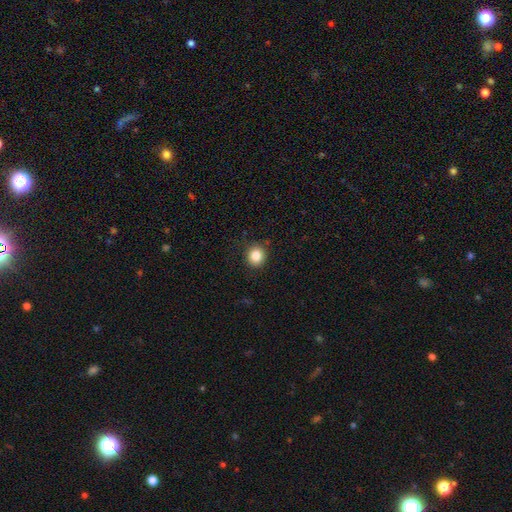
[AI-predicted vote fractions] smooth-or-featured: smooth: 84% | star or artifact: 10% | featured or disk: 5%
  how-rounded: round: 84% | in between: 15% | cigar-shaped: 1%
  merging: none: 88% | minor disturbance: 8% | major disturbance: 2% | merger: 1%